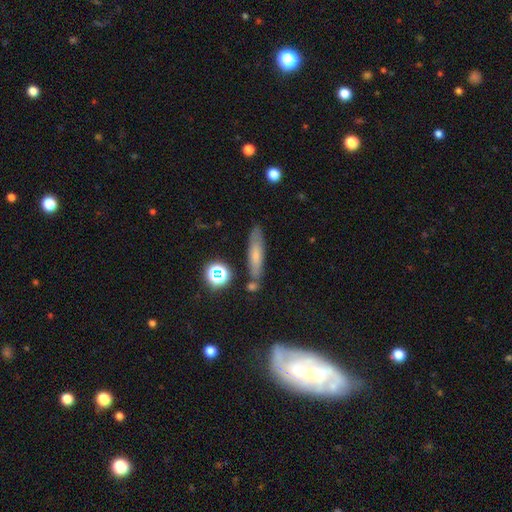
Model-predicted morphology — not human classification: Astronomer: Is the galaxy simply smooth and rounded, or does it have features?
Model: smooth — 61%.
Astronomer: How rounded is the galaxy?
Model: cigar-shaped — 74%.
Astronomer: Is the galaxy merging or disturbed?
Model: none — 77%.